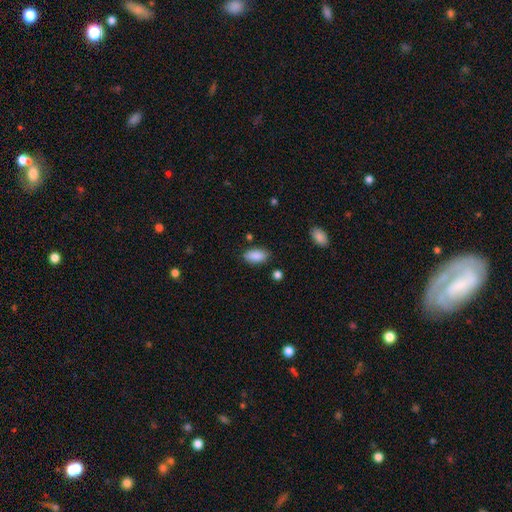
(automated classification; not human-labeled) A smooth galaxy with no disk features (88%) that is in between round and cigar-shaped (93%).

Vote fractions:
- Smooth or featured? smooth: 88% / star or artifact: 7% / featured or disk: 5%
- How rounded? in between: 93% / cigar-shaped: 4% / round: 3%
- Merging? none: 82% / minor disturbance: 13% / major disturbance: 3% / merger: 2%